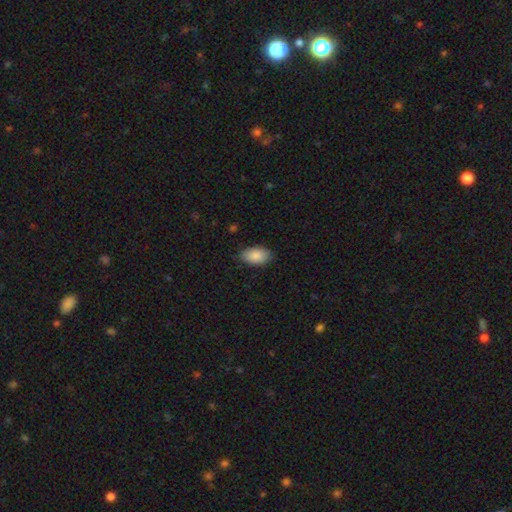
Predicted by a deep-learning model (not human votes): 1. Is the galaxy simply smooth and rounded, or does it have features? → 88% smooth, 6% star or artifact, 6% featured or disk.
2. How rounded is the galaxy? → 94% in between, 4% round, 2% cigar-shaped.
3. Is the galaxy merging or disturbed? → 84% none, 12% minor disturbance, 2% major disturbance, 1% merger.